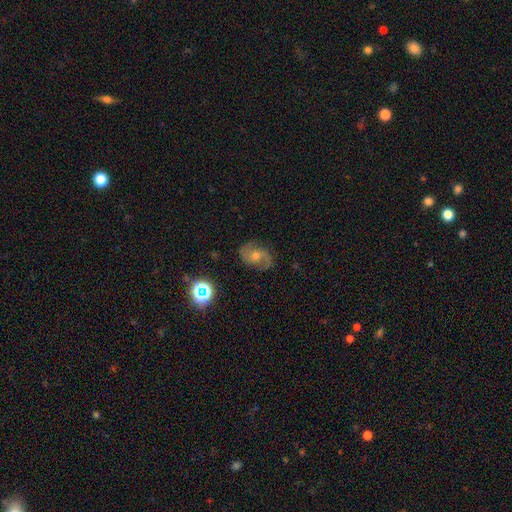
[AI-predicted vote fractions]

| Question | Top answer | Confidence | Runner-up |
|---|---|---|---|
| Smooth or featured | featured or disk | 74% | smooth (13%) |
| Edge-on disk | no | 97% | yes (3%) |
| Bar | no | 59% | weak (33%) |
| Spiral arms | yes | 94% | no (6%) |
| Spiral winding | medium | 52% | loose (27%) |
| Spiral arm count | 2 | 84% | can't tell (7%) |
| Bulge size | moderate | 60% | small (34%) |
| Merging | none | 78% | minor disturbance (15%) |